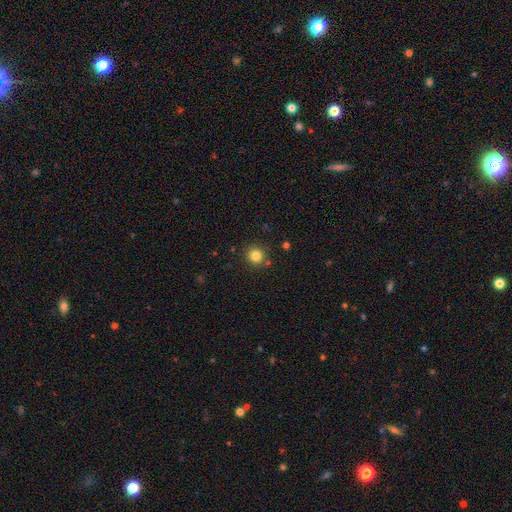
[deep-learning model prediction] Smooth or featured: smooth — 82% (star or artifact — 12%)
How rounded: round — 93% (in between — 6%)
Merging: none — 86% (minor disturbance — 7%)